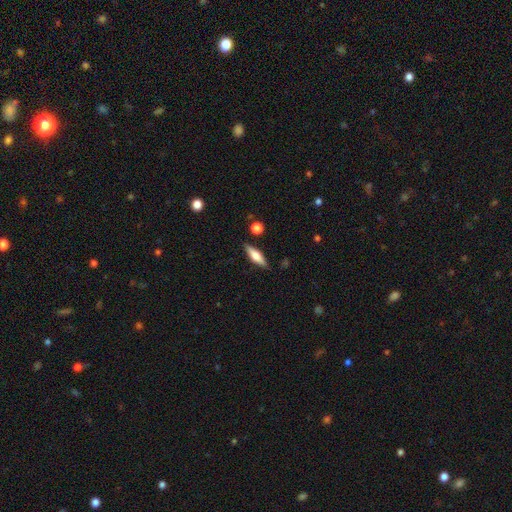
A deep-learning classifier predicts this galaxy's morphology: A smooth galaxy with no disk features (56%) that is cigar-shaped (54%).

Vote fractions:
- Smooth or featured? smooth: 56% / featured or disk: 37% / star or artifact: 7%
- How rounded? cigar-shaped: 54% / in between: 43% / round: 3%
- Merging? none: 85% / minor disturbance: 10% / merger: 2% / major disturbance: 2%